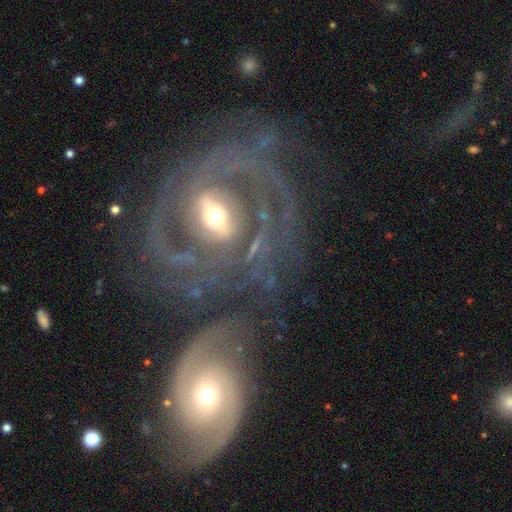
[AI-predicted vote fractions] The model was most divided on "spiral winding": tight: 52%, medium: 36%, loose: 12%. Remaining: edge-on disk — no (95%); spiral arms — yes (91%); smooth or featured — featured or disk (85%); merging — none (58%); bulge size — moderate (56%); bar — strong (52%); spiral arm count — 2 (39%).